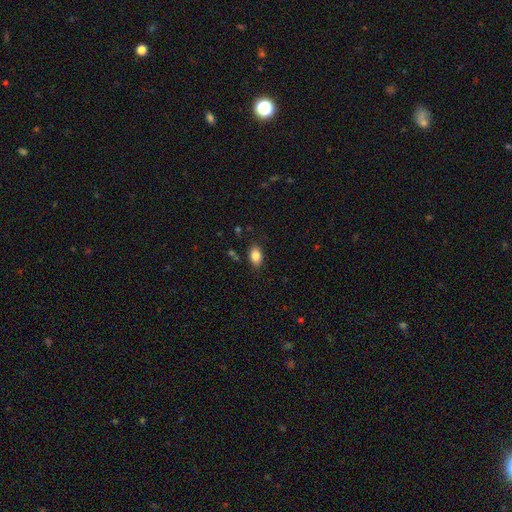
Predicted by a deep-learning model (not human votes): Morphology: type=smooth (85%); roundness=in between (85%); merging=none (84%).